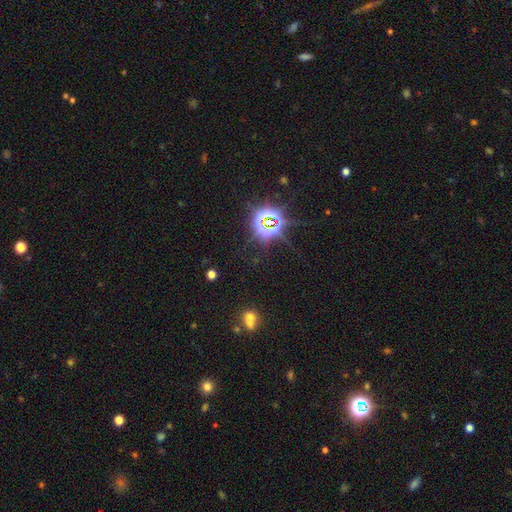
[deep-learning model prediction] Smooth or featured? star or artifact (78%)